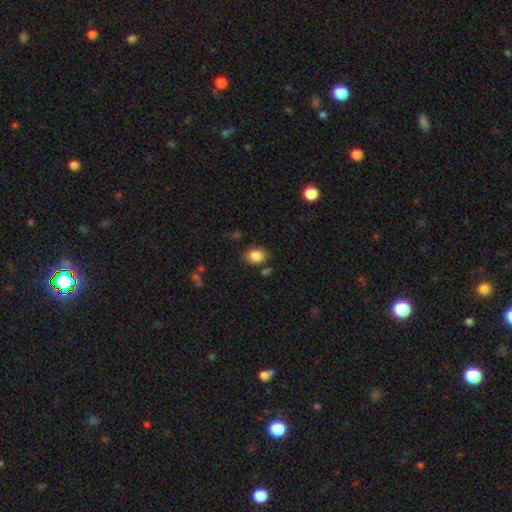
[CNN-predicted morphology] smooth-or-featured: smooth: 85% | star or artifact: 8% | featured or disk: 7%
  how-rounded: in between: 71% | round: 28% | cigar-shaped: 1%
  merging: none: 77% | minor disturbance: 14% | merger: 5% | major disturbance: 4%